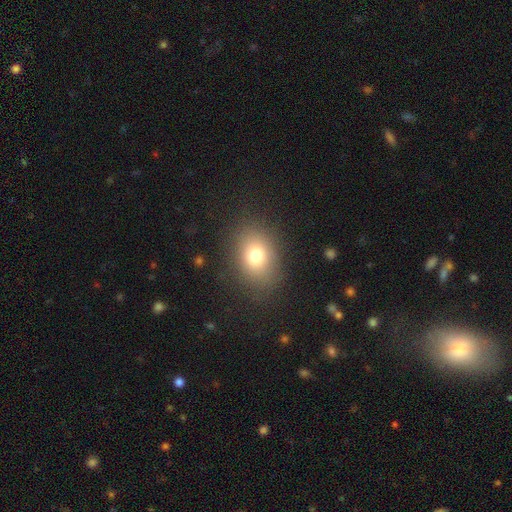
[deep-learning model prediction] This appears to be a smooth galaxy with no disk features (75%) that is in between round and cigar-shaped (60%). Merging: none (84%).